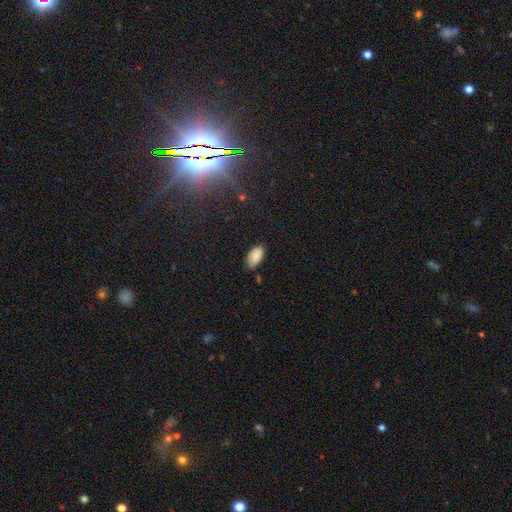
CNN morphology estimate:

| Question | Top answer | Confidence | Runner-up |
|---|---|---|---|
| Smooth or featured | smooth | 86% | star or artifact (8%) |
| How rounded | in between | 95% | round (3%) |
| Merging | none | 72% | minor disturbance (22%) |